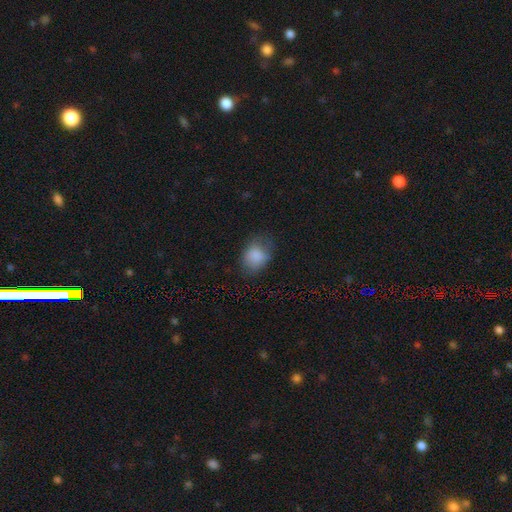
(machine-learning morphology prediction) Smooth or featured?
  - smooth: 84% *
  - star or artifact: 8%
  - featured or disk: 7%
How rounded?
  - in between: 64% *
  - round: 35%
  - cigar-shaped: 1%
Merging?
  - none: 63% *
  - minor disturbance: 26%
  - major disturbance: 10%
  - merger: 1%